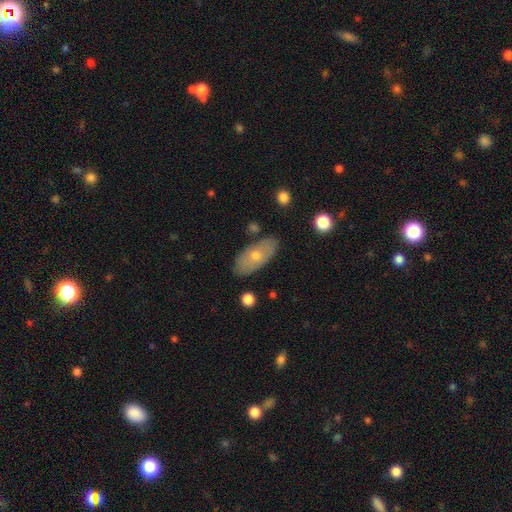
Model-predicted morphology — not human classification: A smooth galaxy with no disk features (57%) that is in between round and cigar-shaped (88%). Merging: none (81%).